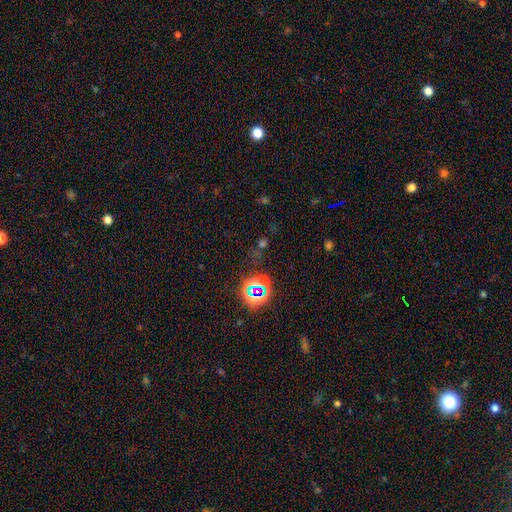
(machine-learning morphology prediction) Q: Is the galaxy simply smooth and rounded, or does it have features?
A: star or artifact — 70%.